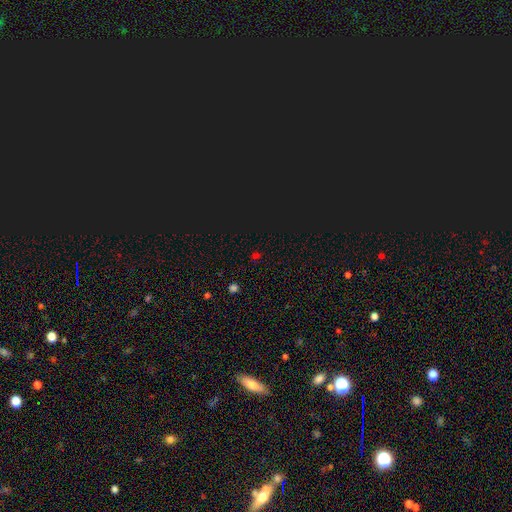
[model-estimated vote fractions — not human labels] smooth-or-featured: star or artifact: 63% | smooth: 31% | featured or disk: 6%